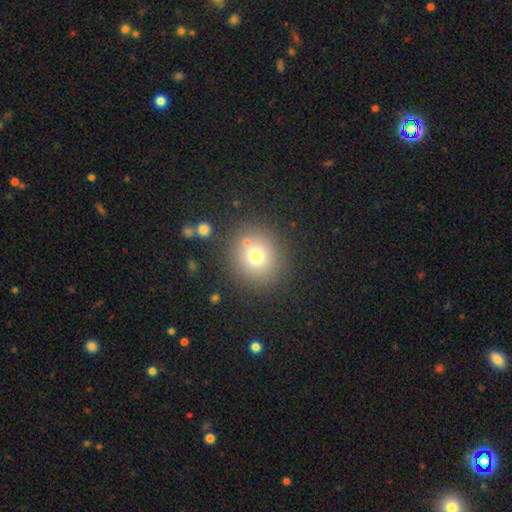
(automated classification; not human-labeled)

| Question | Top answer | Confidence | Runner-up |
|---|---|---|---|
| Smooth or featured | smooth | 72% | star or artifact (15%) |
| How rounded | round | 88% | in between (11%) |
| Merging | none | 79% | minor disturbance (9%) |